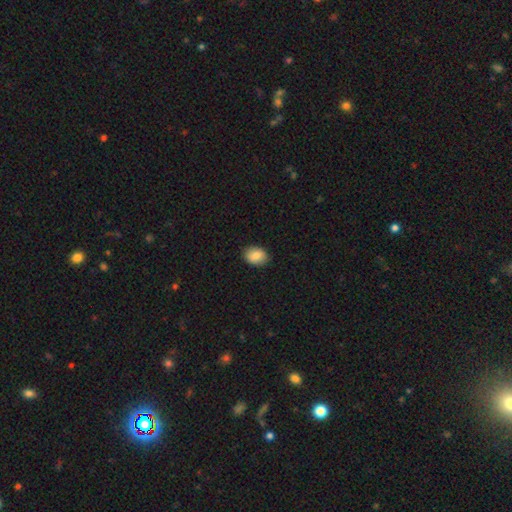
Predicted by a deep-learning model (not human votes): The model was most divided on "how rounded": in between: 70%, round: 29%, cigar-shaped: 1%. More confident: merging — none (89%); smooth or featured — smooth (86%).